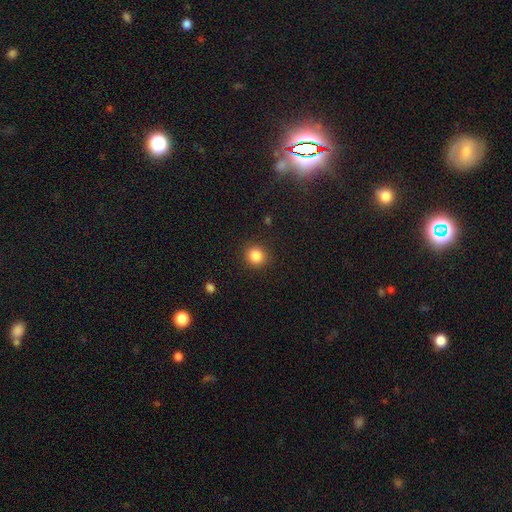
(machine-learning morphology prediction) Smooth or featured? Predicted: smooth (p=0.85). How rounded? Predicted: round (p=0.89). Merging? Predicted: none (p=0.90).